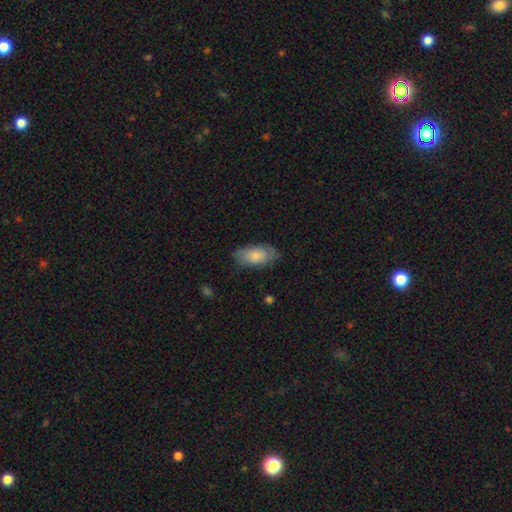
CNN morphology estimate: A smooth galaxy with no disk features (79%) that is in between round and cigar-shaped (91%).

Vote fractions:
- Smooth or featured? smooth: 79% / featured or disk: 15% / star or artifact: 6%
- How rounded? in between: 91% / cigar-shaped: 6% / round: 3%
- Merging? none: 72% / minor disturbance: 21% / major disturbance: 6% / merger: 1%